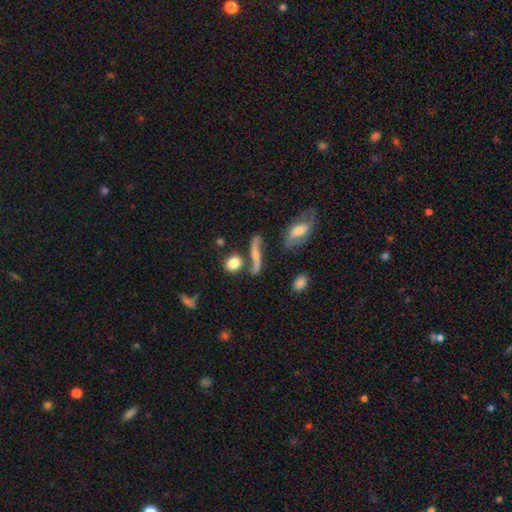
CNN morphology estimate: featured or disk 52%, smooth 37%, star or artifact 11%. Down the decision tree: edge-on disk — no (74%); merging — none (53%).